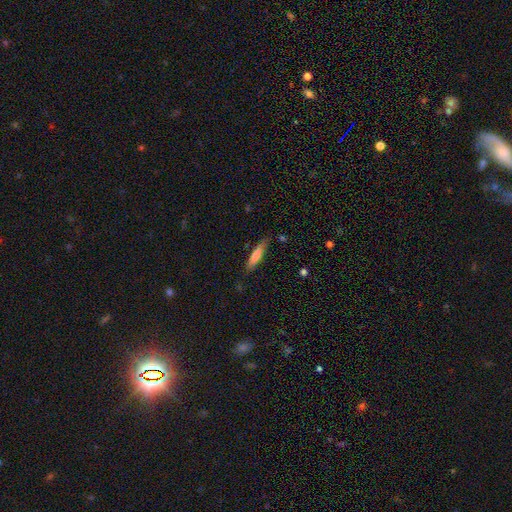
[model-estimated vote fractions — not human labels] A smooth galaxy with no disk features (67%) that is cigar-shaped (83%). Merging: none (77%).